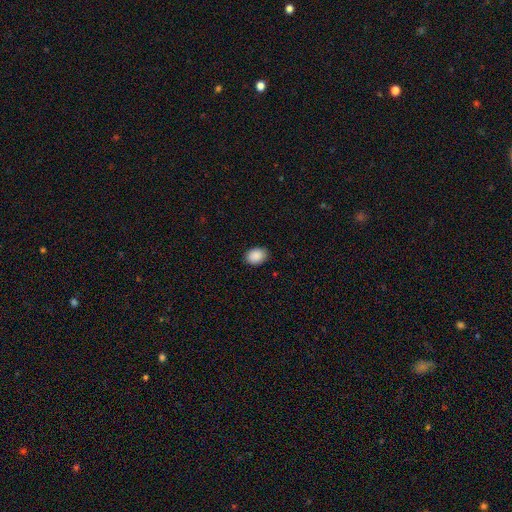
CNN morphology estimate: A smooth galaxy with no disk features (90%) that is in between round and cigar-shaped (71%).

Vote fractions:
- Smooth or featured? smooth: 90% / star or artifact: 7% / featured or disk: 3%
- How rounded? in between: 71% / round: 29% / cigar-shaped: 1%
- Merging? none: 86% / minor disturbance: 11% / major disturbance: 2% / merger: 1%